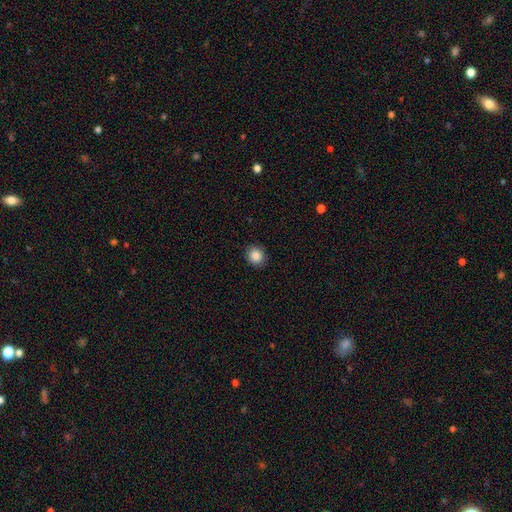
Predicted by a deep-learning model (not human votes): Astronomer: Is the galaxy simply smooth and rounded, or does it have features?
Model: smooth — 87%.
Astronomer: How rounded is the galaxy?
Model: round — 87%.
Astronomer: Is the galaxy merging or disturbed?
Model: none — 90%.